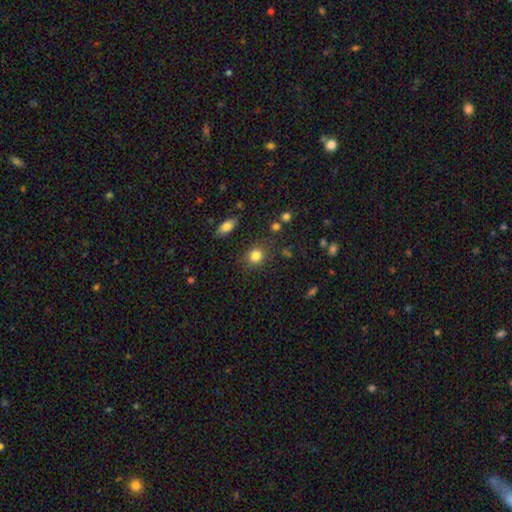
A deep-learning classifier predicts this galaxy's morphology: A smooth galaxy with no disk features (83%) that is round (73%).

Vote fractions:
- Smooth or featured? smooth: 83% / star or artifact: 11% / featured or disk: 6%
- How rounded? round: 73% / in between: 26% / cigar-shaped: 1%
- Merging? none: 81% / minor disturbance: 12% / major disturbance: 4% / merger: 3%